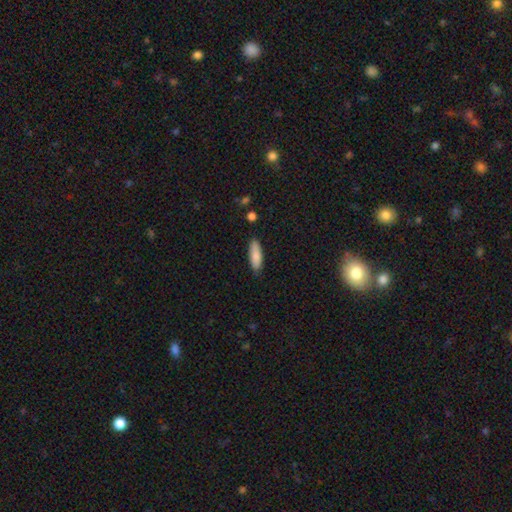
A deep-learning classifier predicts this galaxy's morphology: Smooth or featured: smooth — 85% (featured or disk — 9%)
How rounded: in between — 51% (cigar-shaped — 47%)
Merging: none — 85% (minor disturbance — 12%)